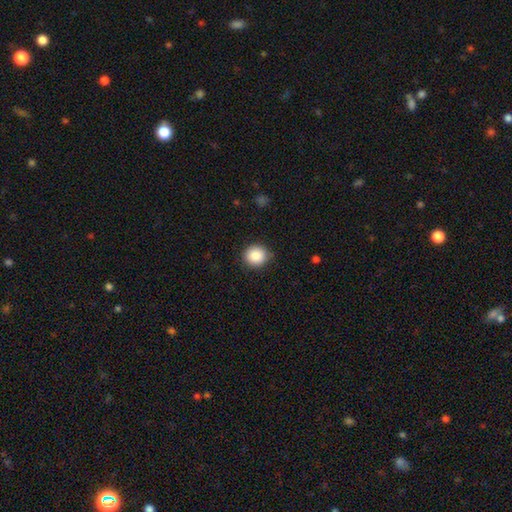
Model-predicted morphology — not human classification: smooth-or-featured: smooth: 88% | star or artifact: 9% | featured or disk: 4%
  how-rounded: round: 88% | in between: 12% | cigar-shaped: 1%
  merging: none: 86% | minor disturbance: 10% | major disturbance: 2% | merger: 1%